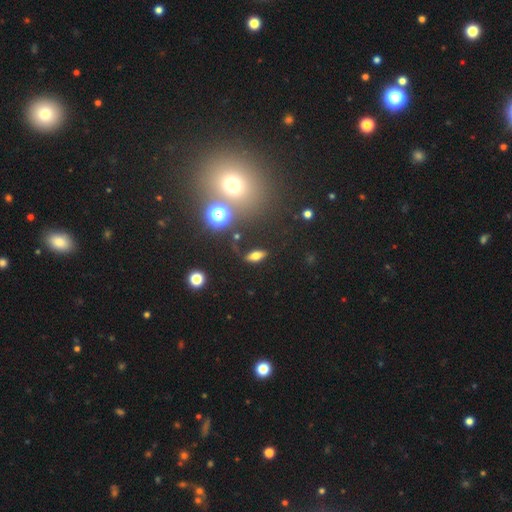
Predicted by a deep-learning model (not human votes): A smooth galaxy with no disk features (61%) that is in between round and cigar-shaped (71%).

Vote fractions:
- Smooth or featured? smooth: 61% / featured or disk: 24% / star or artifact: 15%
- How rounded? in between: 71% / cigar-shaped: 21% / round: 8%
- Merging? none: 76% / minor disturbance: 14% / major disturbance: 6% / merger: 4%